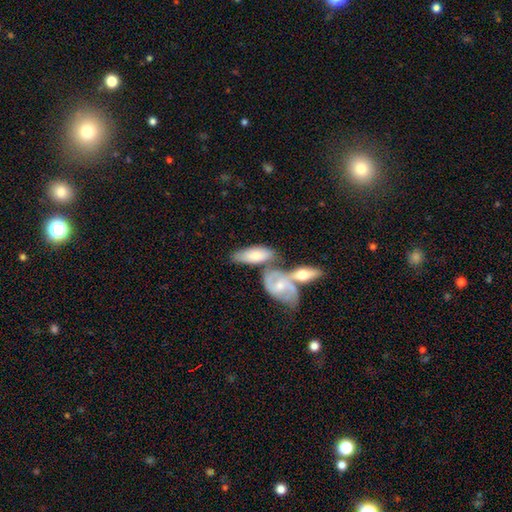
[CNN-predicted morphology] Smooth or featured? smooth (61%)
How rounded? in between (78%)
Merging? merger (44%)